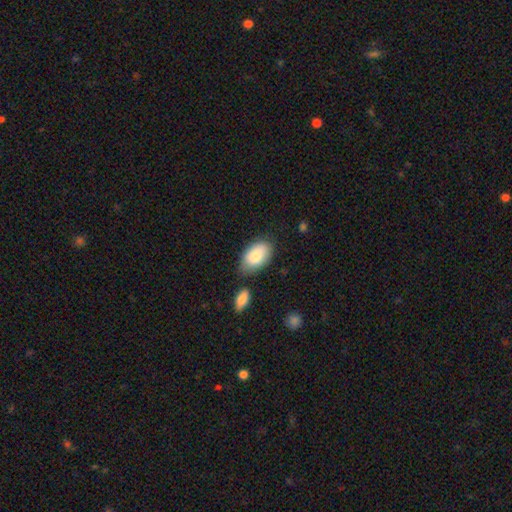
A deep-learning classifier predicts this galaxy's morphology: This appears to be a smooth galaxy with no disk features (84%) that is in between round and cigar-shaped (94%). Merging: none (64%).